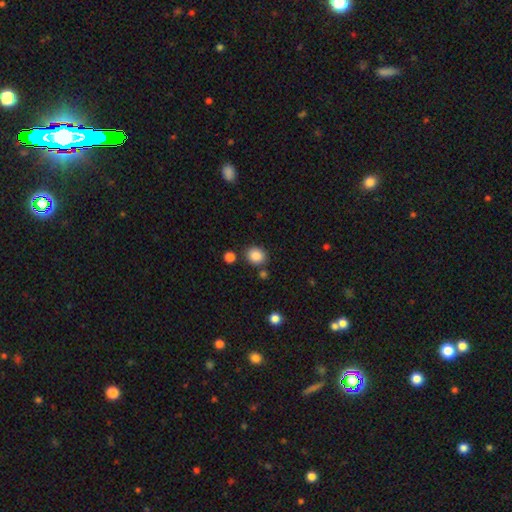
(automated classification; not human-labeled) Smooth or featured? smooth (87%)
How rounded? round (73%)
Merging? none (81%)